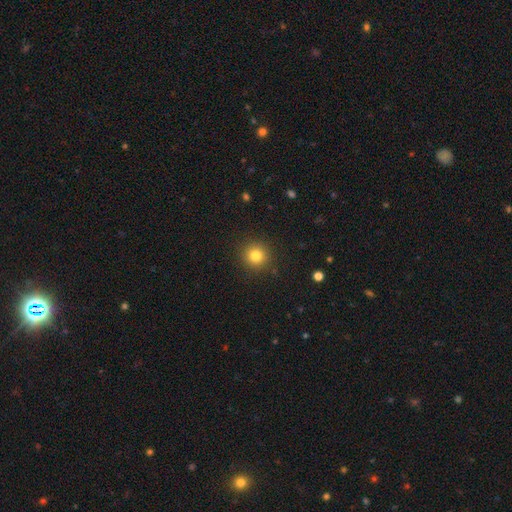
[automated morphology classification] Q: Smooth or featured?
A: smooth (81%); runner-up: star or artifact (12%)
Q: How rounded?
A: round (94%); runner-up: in between (5%)
Q: Merging?
A: none (91%); runner-up: minor disturbance (6%)